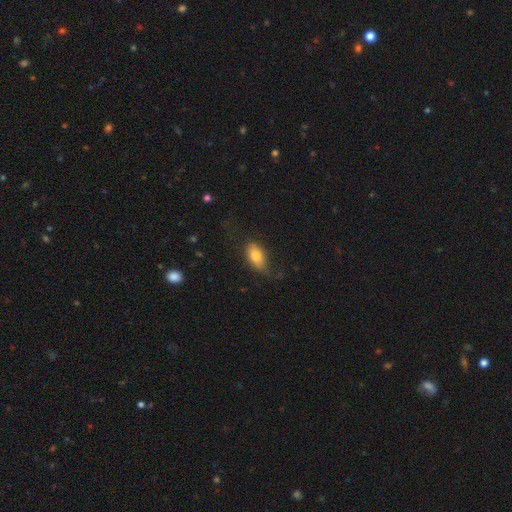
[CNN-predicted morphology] smooth-or-featured: smooth: 77% | featured or disk: 16% | star or artifact: 7%
  how-rounded: in between: 89% | round: 6% | cigar-shaped: 5%
  merging: none: 58% | minor disturbance: 26% | major disturbance: 14% | merger: 2%